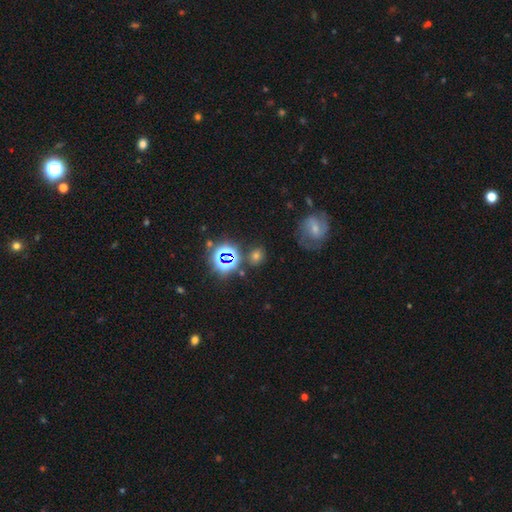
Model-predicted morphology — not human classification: A smooth galaxy with no disk features (50%) that is round (64%).

Vote fractions:
- Smooth or featured? smooth: 50% / star or artifact: 36% / featured or disk: 14%
- How rounded? round: 64% / in between: 35% / cigar-shaped: 2%
- Merging? none: 76% / minor disturbance: 12% / merger: 7% / major disturbance: 6%